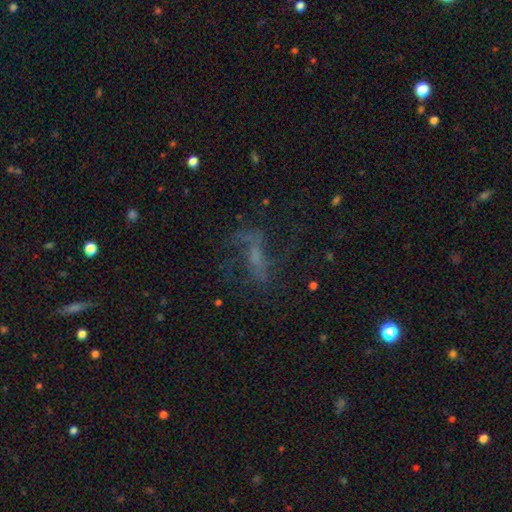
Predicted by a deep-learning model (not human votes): Morphology: type=featured or disk (51%); edge-on=no (85%); merging=none (53%).